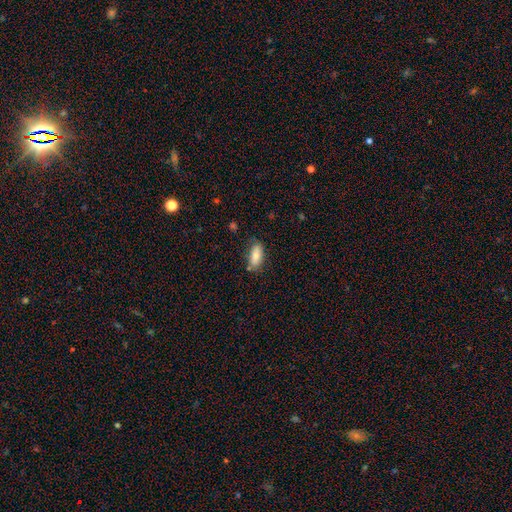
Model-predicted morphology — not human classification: A smooth galaxy with no disk features (81%) that is in between round and cigar-shaped (85%).

Vote fractions:
- Smooth or featured? smooth: 81% / featured or disk: 12% / star or artifact: 7%
- How rounded? in between: 85% / cigar-shaped: 13% / round: 2%
- Merging? none: 77% / minor disturbance: 17% / major disturbance: 3% / merger: 3%